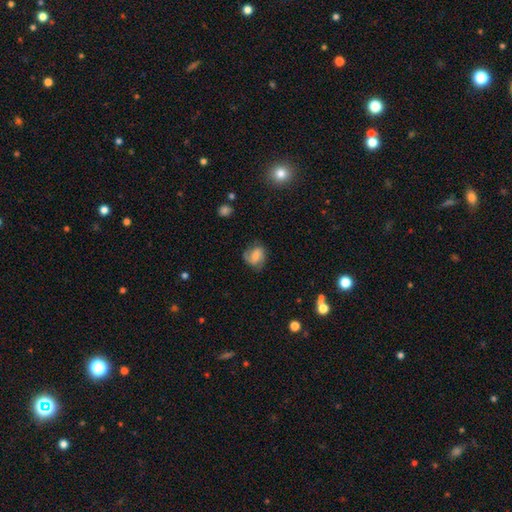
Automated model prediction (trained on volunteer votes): Smooth or featured? smooth (46%)
Merging? none (60%)